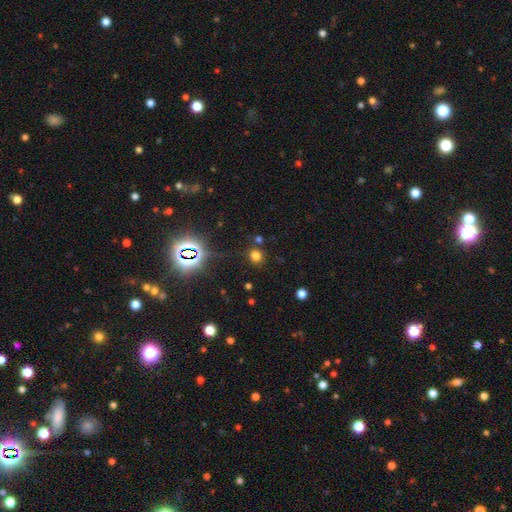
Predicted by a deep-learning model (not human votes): A smooth galaxy with no disk features (67%) that is round (84%). Merging: none (82%).